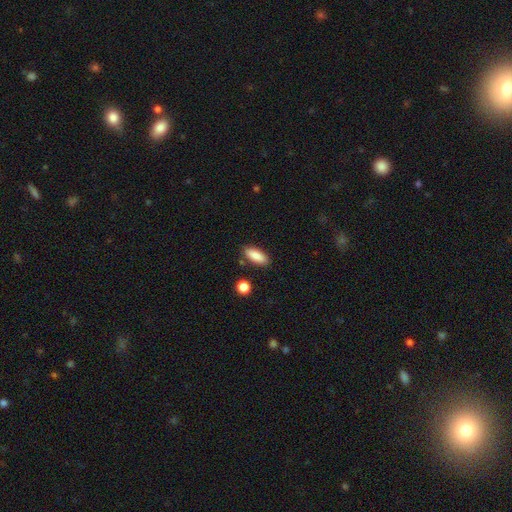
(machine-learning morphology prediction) Smooth or featured? Predicted: smooth (p=0.87). How rounded? Predicted: in between (p=0.75). Merging? Predicted: none (p=0.84).